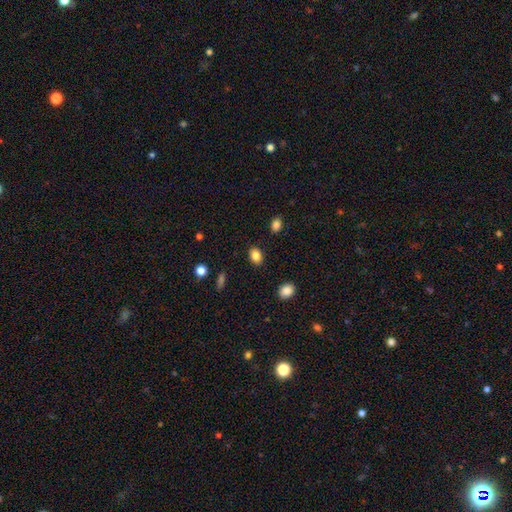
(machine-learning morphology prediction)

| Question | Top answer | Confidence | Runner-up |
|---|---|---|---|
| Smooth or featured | smooth | 85% | star or artifact (9%) |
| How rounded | in between | 75% | round (23%) |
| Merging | none | 88% | minor disturbance (8%) |